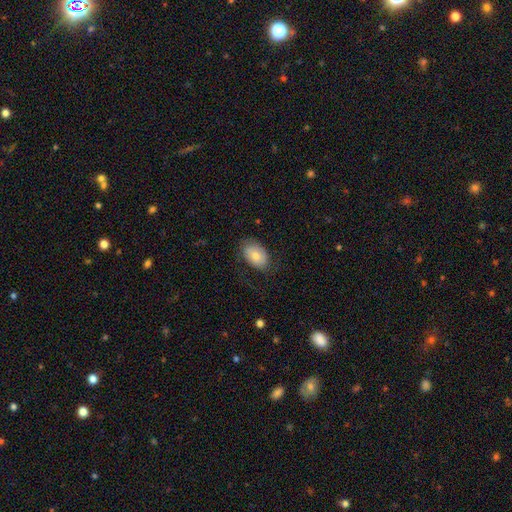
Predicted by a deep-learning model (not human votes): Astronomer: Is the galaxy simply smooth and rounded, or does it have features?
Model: smooth — 75%.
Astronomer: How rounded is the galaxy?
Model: in between — 88%.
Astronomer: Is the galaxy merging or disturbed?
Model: none — 71%.